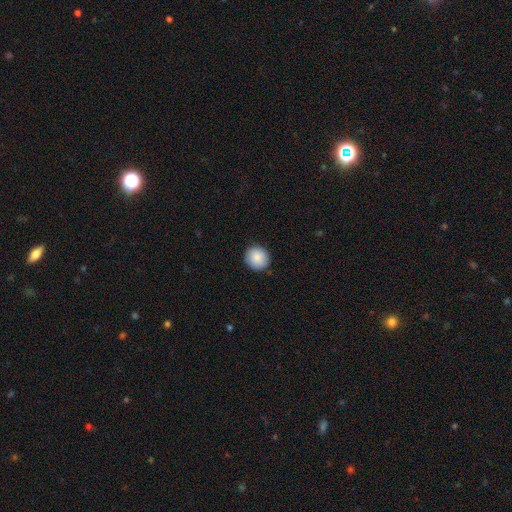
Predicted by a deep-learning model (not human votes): Overall: smooth (88%). How rounded: round (92%). Merging: none (90%).